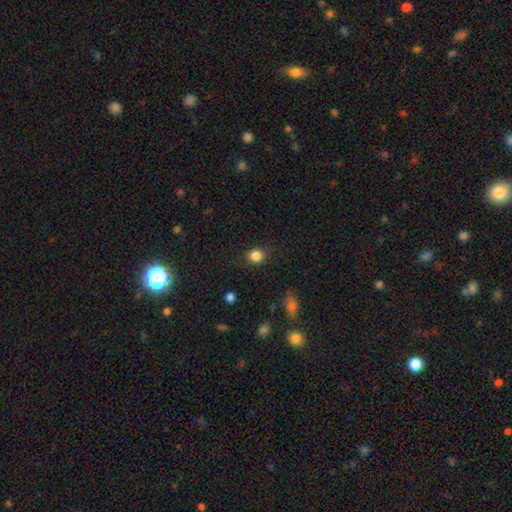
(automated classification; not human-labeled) Overall: smooth (85%). How rounded: round (82%). Merging: none (86%).